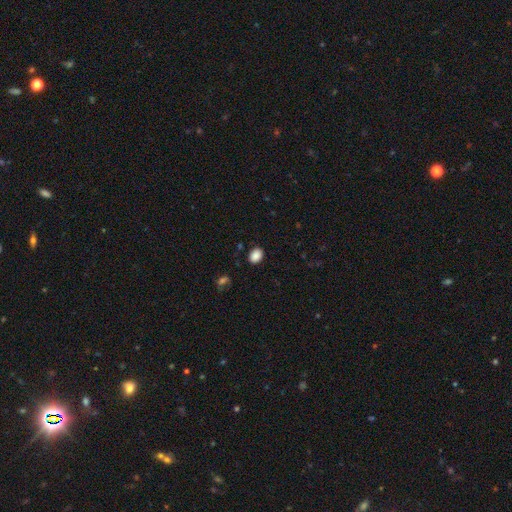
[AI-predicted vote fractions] Q: Smooth or featured?
A: smooth (88%); runner-up: star or artifact (9%)
Q: How rounded?
A: in between (71%); runner-up: round (28%)
Q: Merging?
A: none (87%); runner-up: minor disturbance (9%)